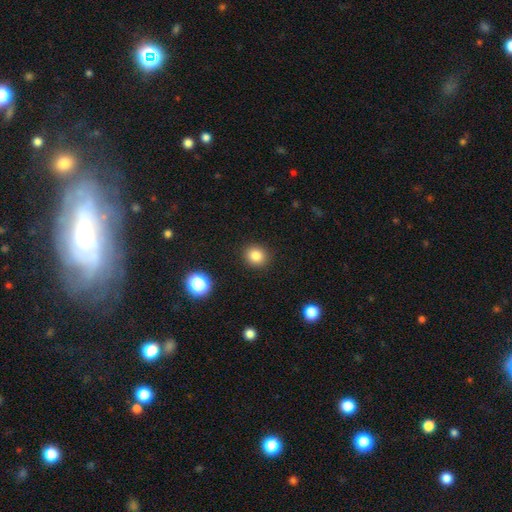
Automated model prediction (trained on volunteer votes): Morphology: type=smooth (83%); roundness=round (83%); merging=none (91%).